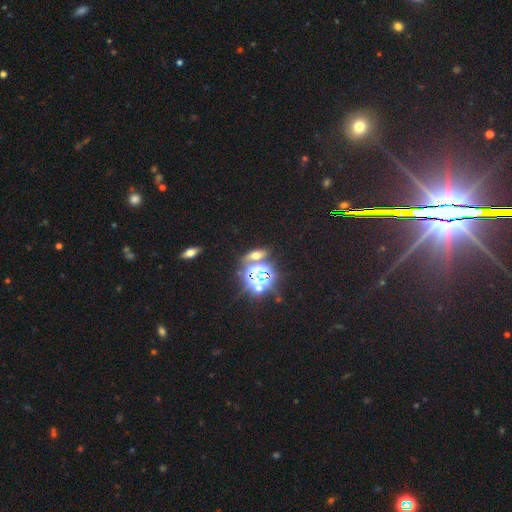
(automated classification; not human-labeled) The model was most divided on "smooth or featured": star or artifact: 51%, smooth: 32%, featured or disk: 16%.